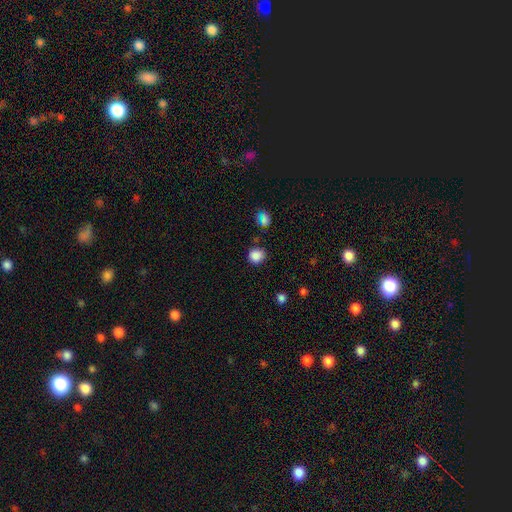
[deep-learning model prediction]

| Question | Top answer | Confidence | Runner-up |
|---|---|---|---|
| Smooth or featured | smooth | 84% | star or artifact (12%) |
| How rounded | round | 85% | in between (14%) |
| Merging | none | 80% | minor disturbance (13%) |